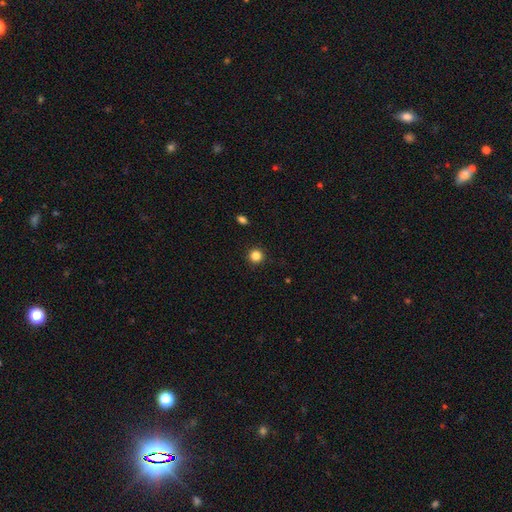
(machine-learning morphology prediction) A smooth galaxy with no disk features (84%) that is round (95%).

Vote fractions:
- Smooth or featured? smooth: 84% / star or artifact: 12% / featured or disk: 4%
- How rounded? round: 95% / in between: 4% / cigar-shaped: 1%
- Merging? none: 92% / minor disturbance: 5% / major disturbance: 2% / merger: 1%